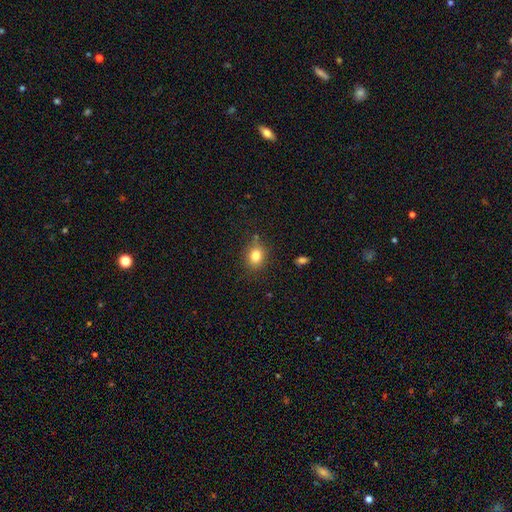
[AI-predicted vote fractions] Overall: smooth (81%). How rounded: round (52%; in between 47%). Merging: none (79%).